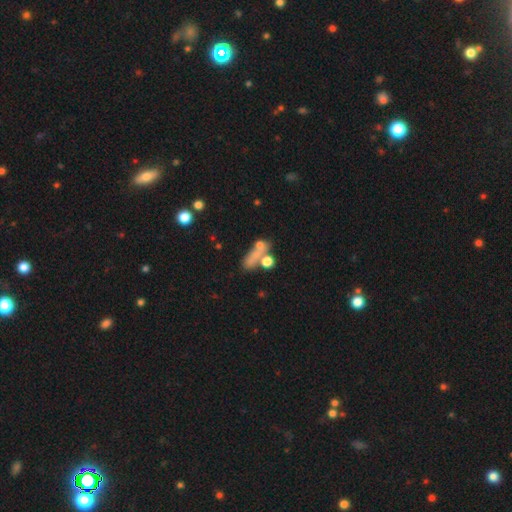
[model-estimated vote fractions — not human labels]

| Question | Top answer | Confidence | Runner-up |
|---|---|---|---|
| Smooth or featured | smooth | 61% | featured or disk (22%) |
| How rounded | in between | 41% | cigar-shaped (34%) |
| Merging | none | 40% | merger (32%) |